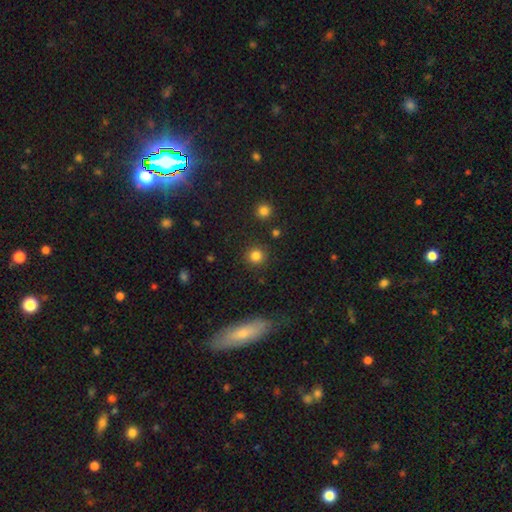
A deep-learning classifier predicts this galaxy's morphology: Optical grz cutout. It shows a smooth galaxy with no disk features (83%) that is round (93%). Merging: none (89%).